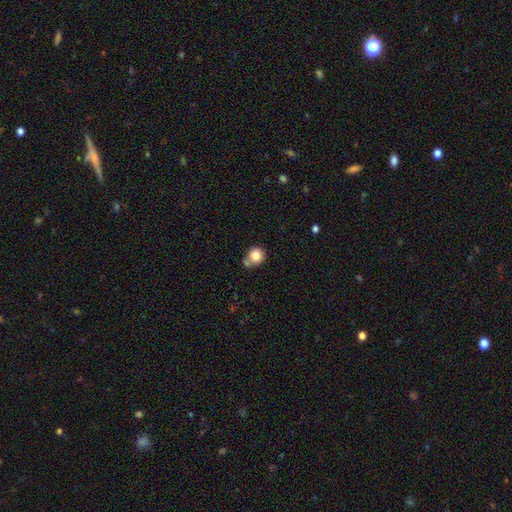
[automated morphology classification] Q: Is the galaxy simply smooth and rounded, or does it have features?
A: smooth — 82%.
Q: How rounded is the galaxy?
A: round — 88%.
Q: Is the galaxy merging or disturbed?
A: none — 57%.